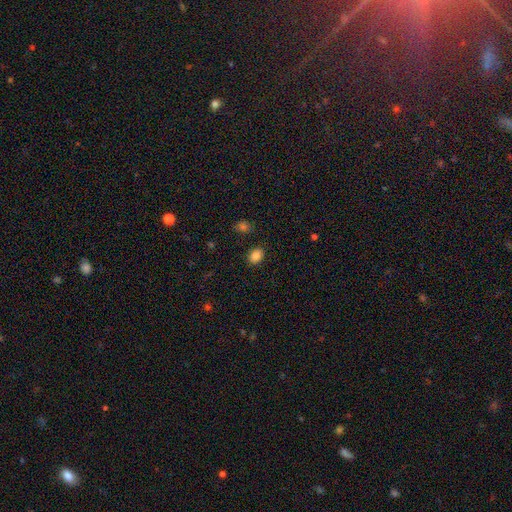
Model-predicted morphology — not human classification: smooth 86%, star or artifact 10%, featured or disk 4%. Down the decision tree: how rounded — in between (63%); merging — none (86%).